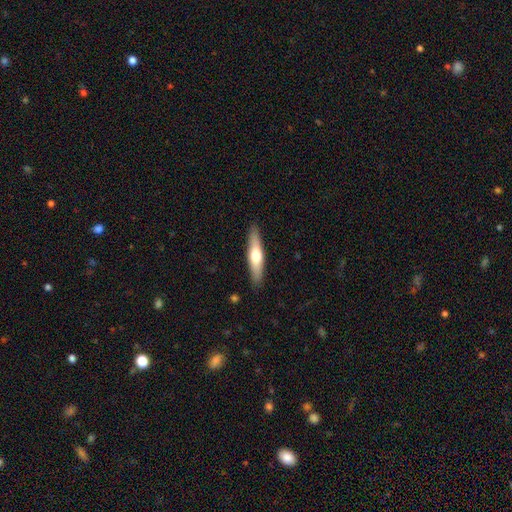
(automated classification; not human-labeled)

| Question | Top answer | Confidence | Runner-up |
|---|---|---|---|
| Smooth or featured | smooth | 54% | featured or disk (41%) |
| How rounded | cigar-shaped | 78% | in between (21%) |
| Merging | none | 89% | minor disturbance (8%) |